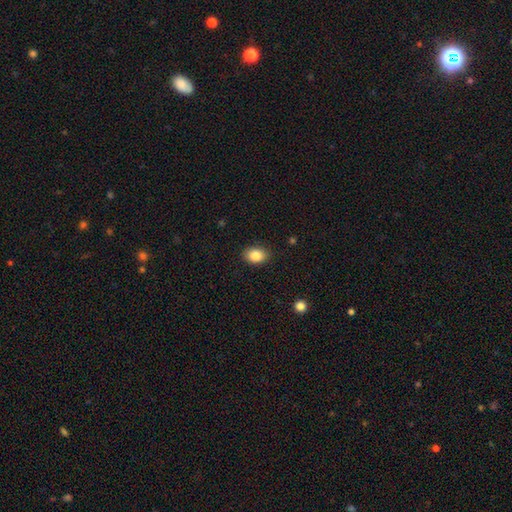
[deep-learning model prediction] Overall: smooth (86%). How rounded: in between (72%). Merging: none (88%).